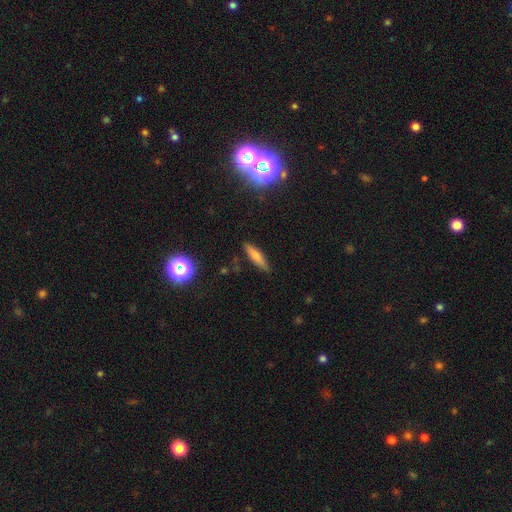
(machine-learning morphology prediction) smooth_or_featured: smooth (p=0.67) [alt: featured or disk p=0.22]
how_rounded: cigar-shaped (p=0.75) [alt: in between p=0.23]
merging: none (p=0.84) [alt: minor disturbance p=0.12]